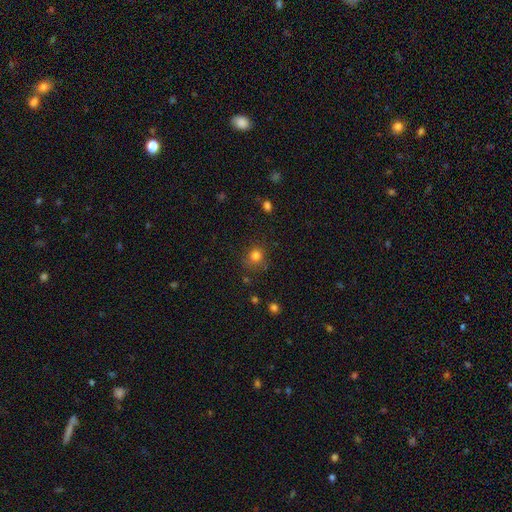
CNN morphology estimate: type=smooth (80%); roundness=round (82%); merging=none (79%).